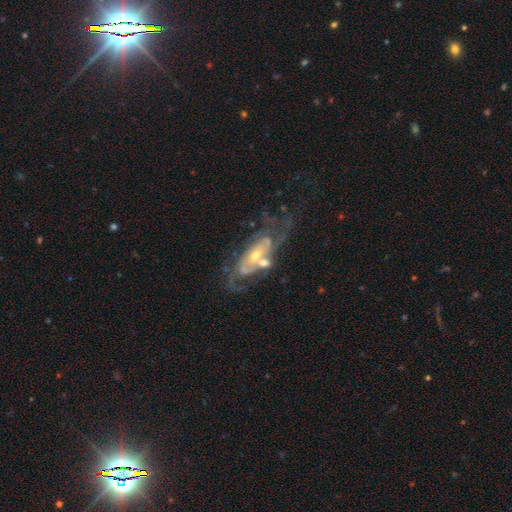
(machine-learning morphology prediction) Smooth or featured? Predicted: featured or disk (p=0.83). Edge-on disk? Predicted: no (p=0.90). Bar? Predicted: no (p=0.61). Spiral arms? Predicted: yes (p=0.89). Spiral winding? Predicted: tight (p=0.46). Spiral arm count? Predicted: 2 (p=0.39). Bulge size? Predicted: small (p=0.54). Merging? Predicted: none (p=0.48).